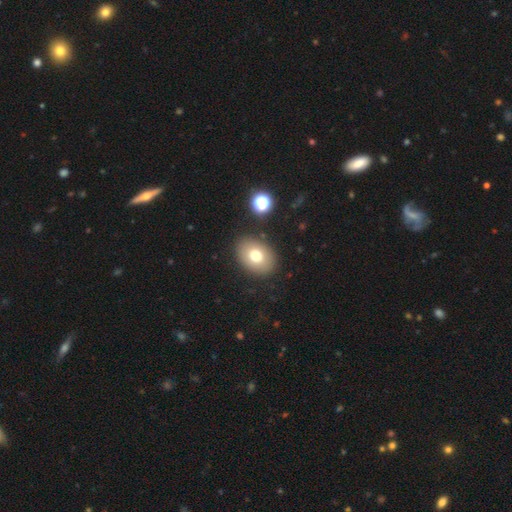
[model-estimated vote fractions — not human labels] smooth_or_featured: smooth (p=0.74) [alt: featured or disk p=0.15]
how_rounded: in between (p=0.66) [alt: round p=0.33]
merging: none (p=0.86) [alt: minor disturbance p=0.09]